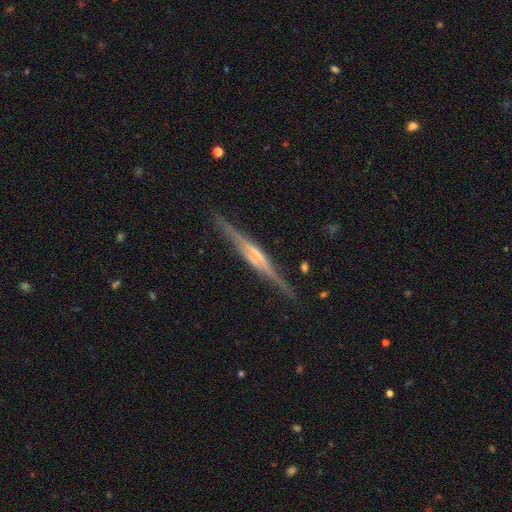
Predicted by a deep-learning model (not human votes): Smooth or featured?
  - featured or disk: 83% *
  - smooth: 10%
  - star or artifact: 6%
Edge-on disk?
  - yes: 97% *
  - no: 3%
Edge-on bulge?
  - rounded: 46% *
  - boxy: 37%
  - none: 17%
Merging?
  - none: 86% *
  - minor disturbance: 10%
  - major disturbance: 3%
  - merger: 1%